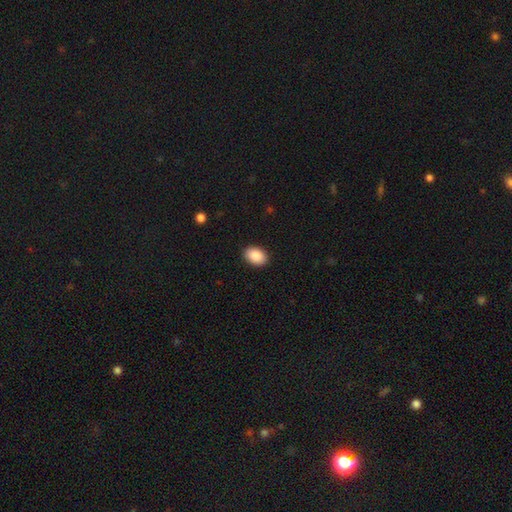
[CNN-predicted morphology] Smooth or featured? smooth (89%)
How rounded? in between (85%)
Merging? none (90%)